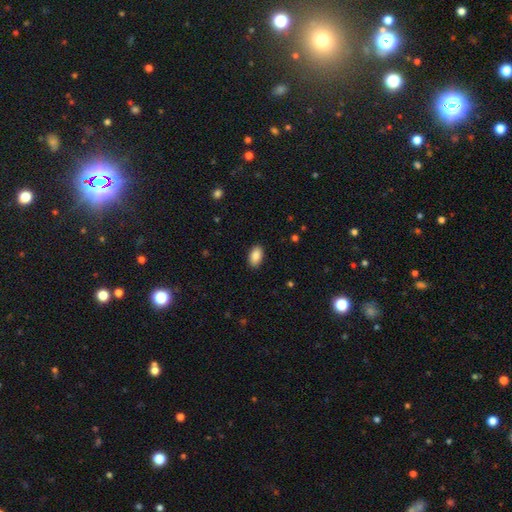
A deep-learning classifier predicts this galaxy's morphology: Smooth or featured: smooth — 88% (star or artifact — 7%)
How rounded: in between — 93% (round — 5%)
Merging: none — 89% (minor disturbance — 8%)